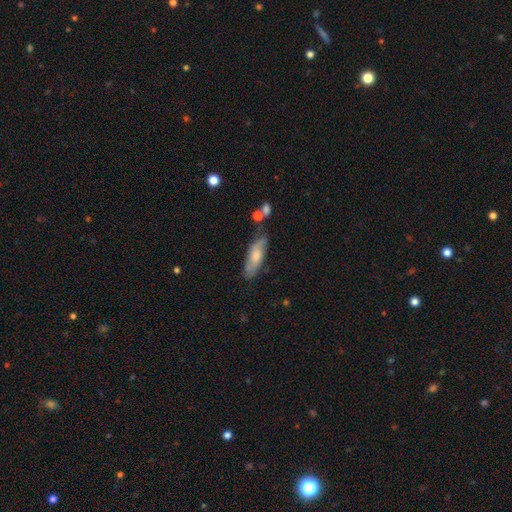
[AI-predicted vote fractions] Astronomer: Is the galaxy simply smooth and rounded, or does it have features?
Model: smooth — 55% (runner-up: featured or disk, 39%).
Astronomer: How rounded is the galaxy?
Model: in between — 56% (runner-up: cigar-shaped, 42%).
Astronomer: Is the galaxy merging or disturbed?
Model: none — 68%.